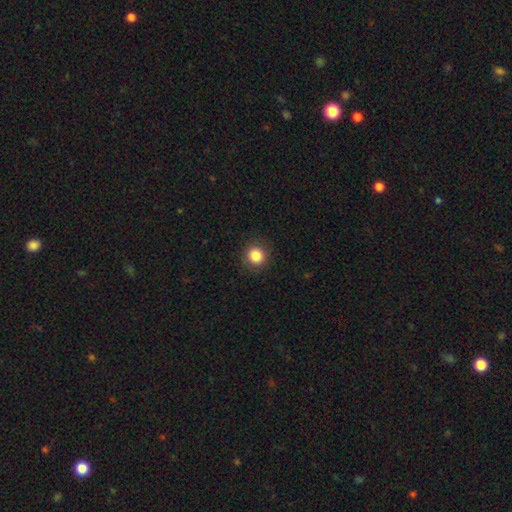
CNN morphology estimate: smooth-or-featured: smooth: 85% | star or artifact: 10% | featured or disk: 5%
  how-rounded: round: 92% | in between: 7% | cigar-shaped: 1%
  merging: none: 90% | minor disturbance: 7% | major disturbance: 2% | merger: 1%